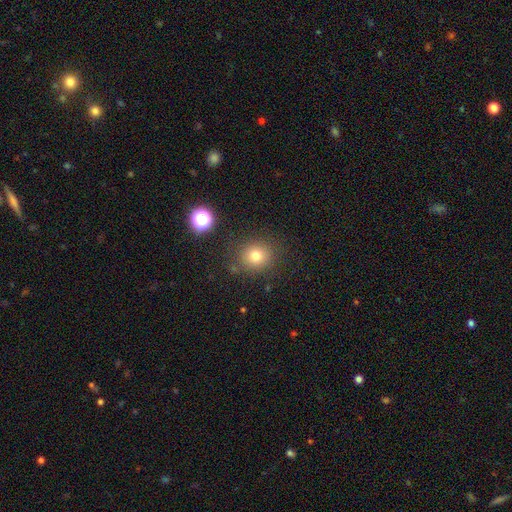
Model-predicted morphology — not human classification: Smooth or featured? smooth (76%)
How rounded? round (86%)
Merging? none (83%)